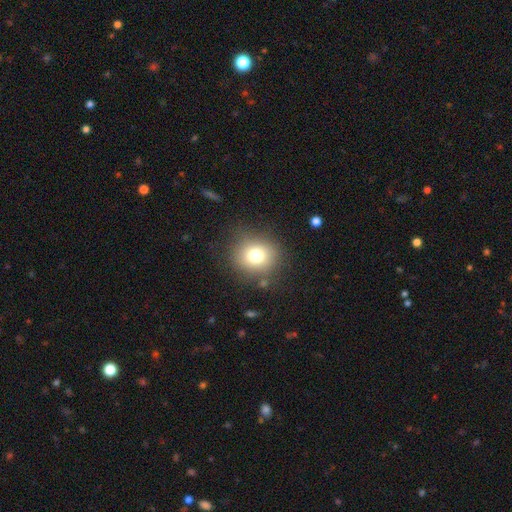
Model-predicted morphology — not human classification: smooth-or-featured: smooth: 76% | star or artifact: 13% | featured or disk: 11%
  how-rounded: round: 82% | in between: 17% | cigar-shaped: 1%
  merging: none: 83% | minor disturbance: 10% | major disturbance: 4% | merger: 2%